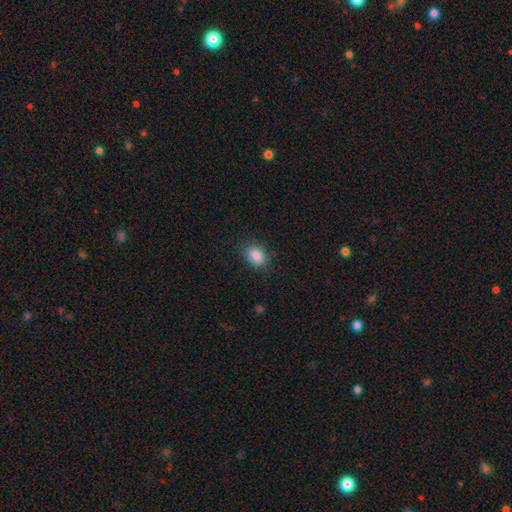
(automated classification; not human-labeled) Q: Smooth or featured?
A: smooth (86%); runner-up: star or artifact (9%)
Q: How rounded?
A: in between (66%); runner-up: round (33%)
Q: Merging?
A: none (83%); runner-up: minor disturbance (12%)